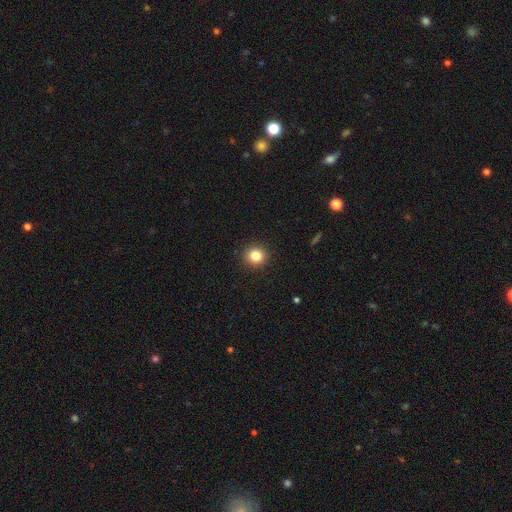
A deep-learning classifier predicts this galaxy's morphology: A smooth galaxy with no disk features (83%) that is round (88%).

Vote fractions:
- Smooth or featured? smooth: 83% / star or artifact: 11% / featured or disk: 6%
- How rounded? round: 88% / in between: 11% / cigar-shaped: 1%
- Merging? none: 92% / minor disturbance: 5% / major disturbance: 2% / merger: 1%